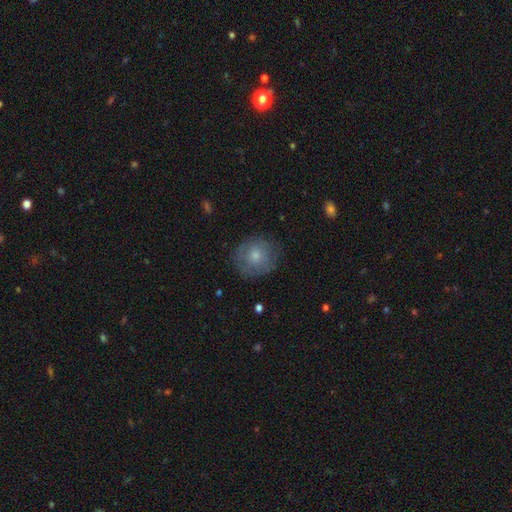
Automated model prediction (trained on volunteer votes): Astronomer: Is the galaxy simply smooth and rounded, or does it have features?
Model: smooth — 67%.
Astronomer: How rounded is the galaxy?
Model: round — 87%.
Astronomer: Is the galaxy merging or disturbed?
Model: none — 76%.